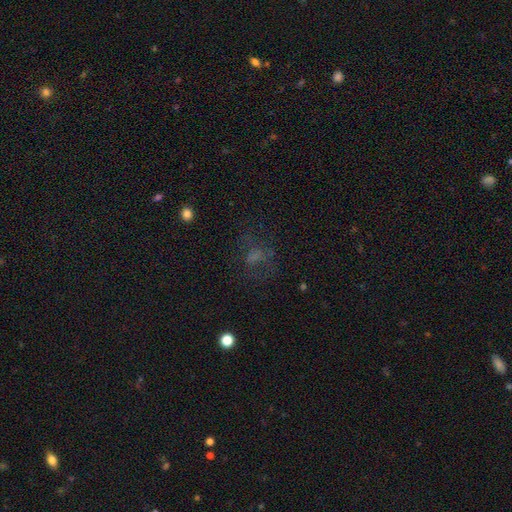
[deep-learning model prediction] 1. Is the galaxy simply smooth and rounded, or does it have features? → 43% smooth, 30% featured or disk, 27% star or artifact.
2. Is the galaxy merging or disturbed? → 55% none, 26% major disturbance, 17% minor disturbance, 3% merger.